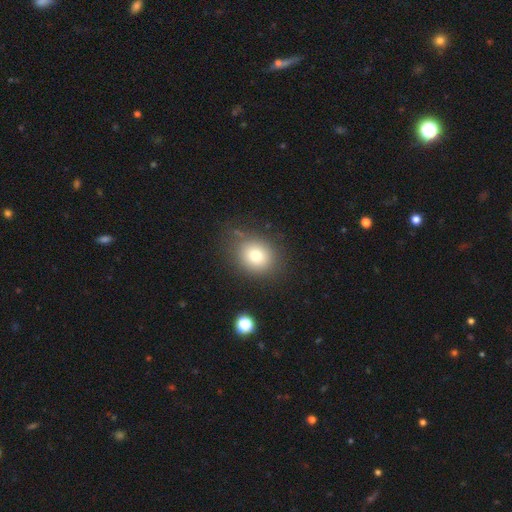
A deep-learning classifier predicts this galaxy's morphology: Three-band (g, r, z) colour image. It shows a smooth galaxy with no disk features (76%) that is round (75%). Merging: none (79%).